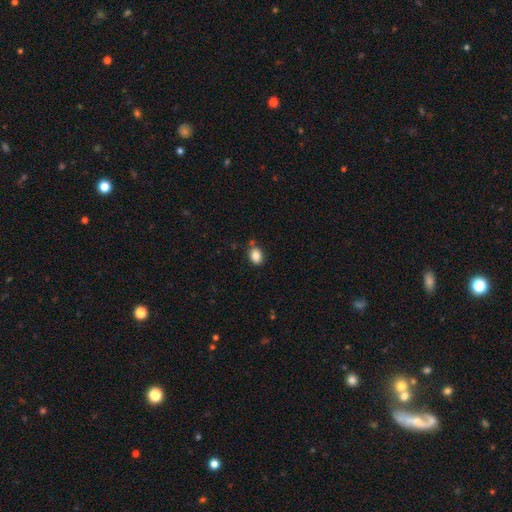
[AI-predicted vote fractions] smooth_or_featured: smooth (p=0.86) [alt: star or artifact p=0.09]
how_rounded: in between (p=0.73) [alt: round p=0.26]
merging: none (p=0.74) [alt: minor disturbance p=0.16]